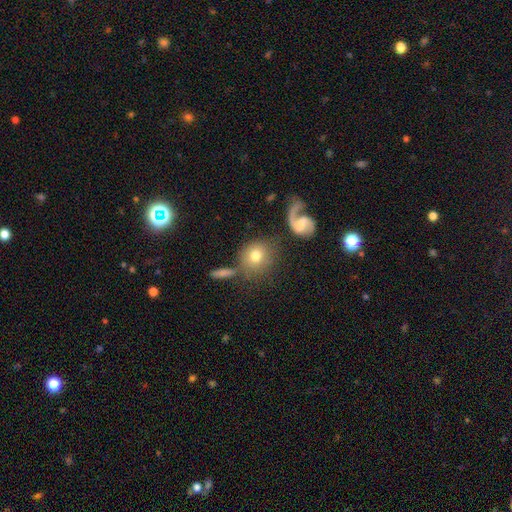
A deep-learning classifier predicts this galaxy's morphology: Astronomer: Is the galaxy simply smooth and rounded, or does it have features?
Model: smooth — 69%.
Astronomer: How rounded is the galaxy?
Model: round — 80%.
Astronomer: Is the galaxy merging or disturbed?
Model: none — 64%.